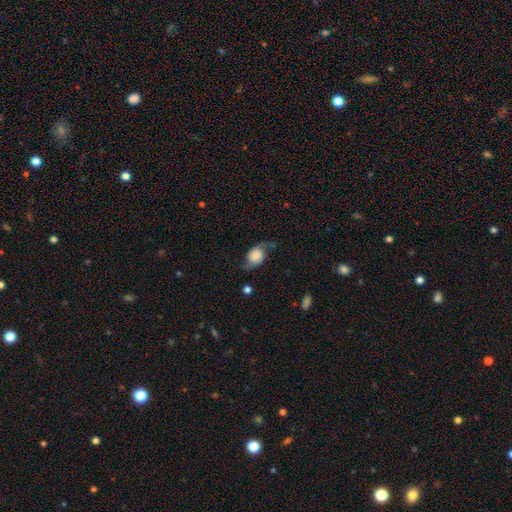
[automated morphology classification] This is possibly a featured or disk galaxy (59%). It is clearly not viewed edge-on (94%). Bar: likely no (74%). Spiral arm pattern: clearly yes (91%). Spiral arm count: clearly 2 (91%). Spiral winding: likely loose (74%). Central bulge: marginally dominant (34%). Merging: possibly none (59%).